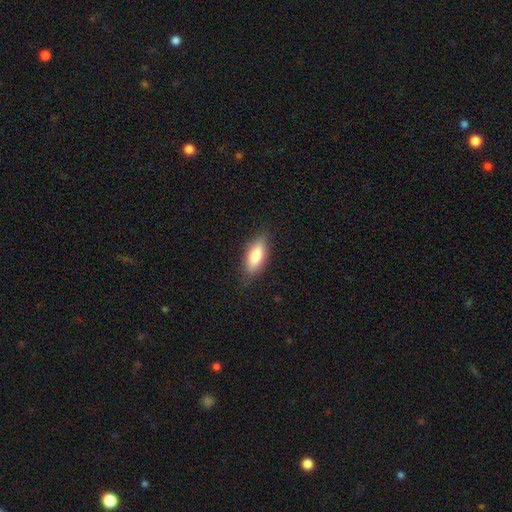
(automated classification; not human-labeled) smooth-or-featured: smooth: 79% | featured or disk: 14% | star or artifact: 6%
  how-rounded: in between: 74% | cigar-shaped: 24% | round: 2%
  merging: none: 82% | minor disturbance: 14% | major disturbance: 3% | merger: 1%